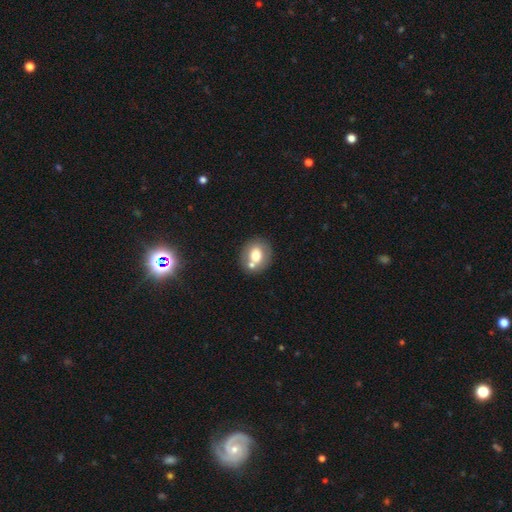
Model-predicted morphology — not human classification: Overall: smooth (68%). How rounded: round (59%; in between 40%). Merging: none (61%; merger 22%).